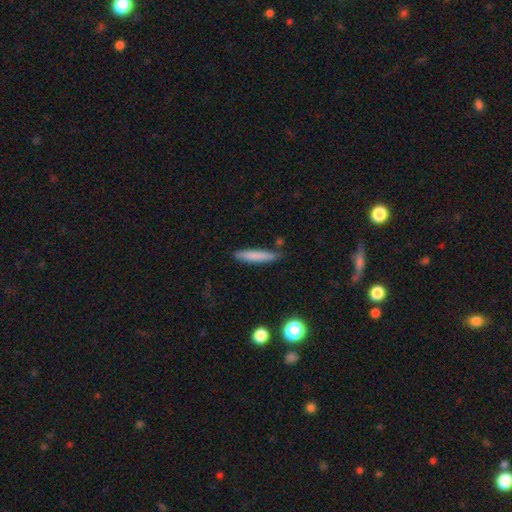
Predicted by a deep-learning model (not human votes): Smooth or featured?
  - smooth: 77% *
  - featured or disk: 16%
  - star or artifact: 7%
How rounded?
  - cigar-shaped: 91% *
  - in between: 8%
  - round: 1%
Merging?
  - none: 80% *
  - minor disturbance: 15%
  - merger: 3%
  - major disturbance: 3%